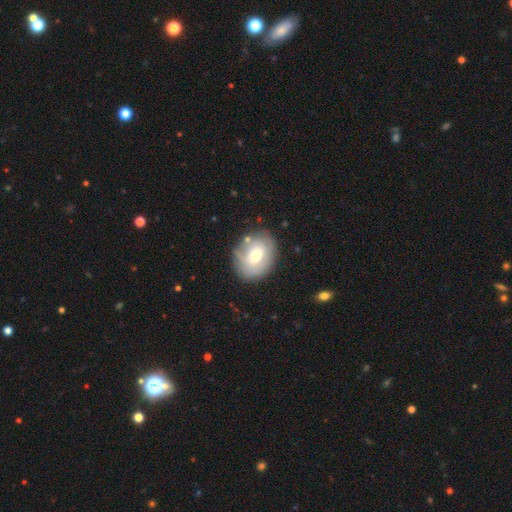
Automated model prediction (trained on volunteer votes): A smooth galaxy with no disk features (57%) that is in between round and cigar-shaped (54%).

Vote fractions:
- Smooth or featured? smooth: 57% / featured or disk: 35% / star or artifact: 8%
- How rounded? in between: 54% / round: 45% / cigar-shaped: 1%
- Merging? none: 75% / minor disturbance: 17% / major disturbance: 5% / merger: 3%